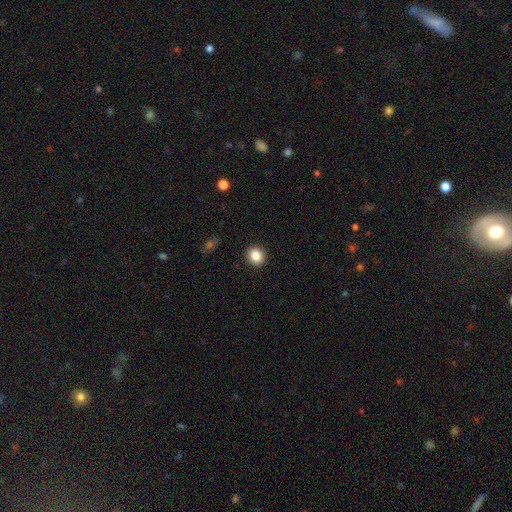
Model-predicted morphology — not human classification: smooth_or_featured: smooth (p=0.86) [alt: star or artifact p=0.09]
how_rounded: round (p=0.74) [alt: in between p=0.25]
merging: none (p=0.92) [alt: minor disturbance p=0.05]